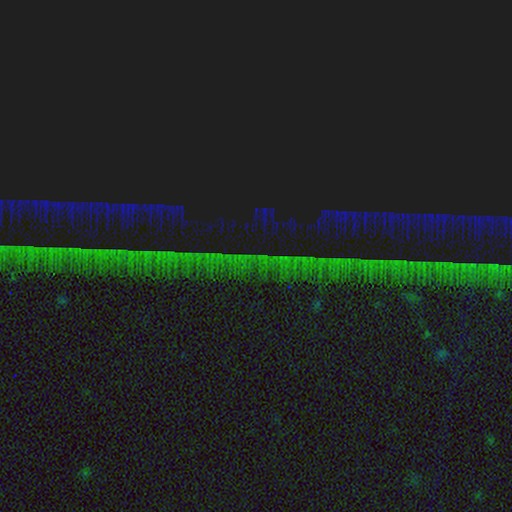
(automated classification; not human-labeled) A star or artifact, not a galaxy (83%).

Vote fractions:
- Smooth or featured? star or artifact: 83% / featured or disk: 9% / smooth: 8%